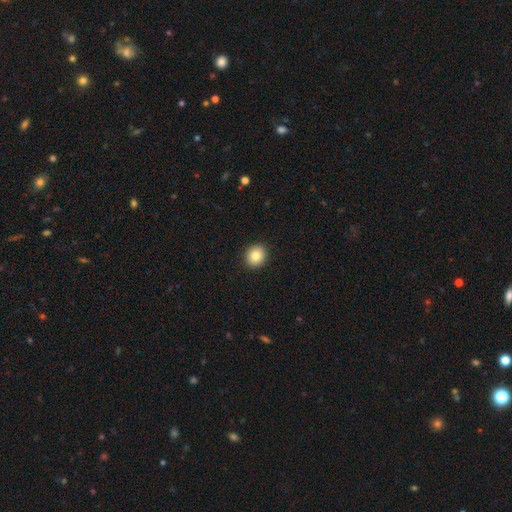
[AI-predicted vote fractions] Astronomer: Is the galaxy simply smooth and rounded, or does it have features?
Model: smooth — 84%.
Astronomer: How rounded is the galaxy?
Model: round — 83%.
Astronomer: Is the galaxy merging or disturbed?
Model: none — 92%.